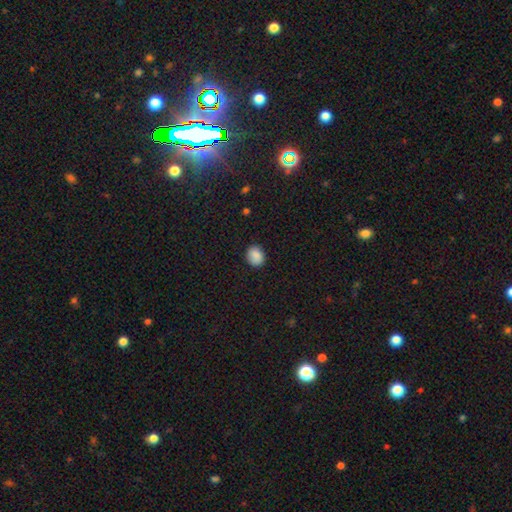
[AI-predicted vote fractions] This is clearly a smooth galaxy (88%). How rounded: possibly round (57%). Merging: clearly none (87%).